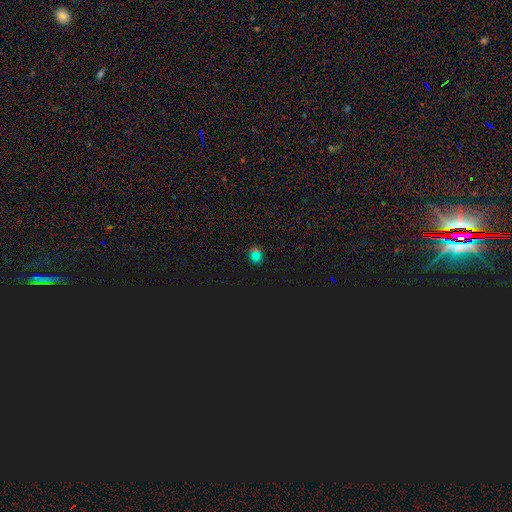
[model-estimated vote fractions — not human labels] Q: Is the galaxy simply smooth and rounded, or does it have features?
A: smooth — 56%.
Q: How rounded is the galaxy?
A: round — 85%.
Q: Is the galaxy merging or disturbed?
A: none — 74%.